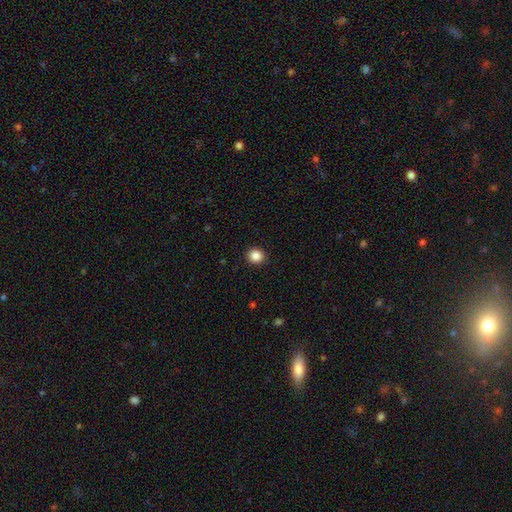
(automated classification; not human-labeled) A smooth galaxy with no disk features (87%) that is round (89%). Merging: none (92%).